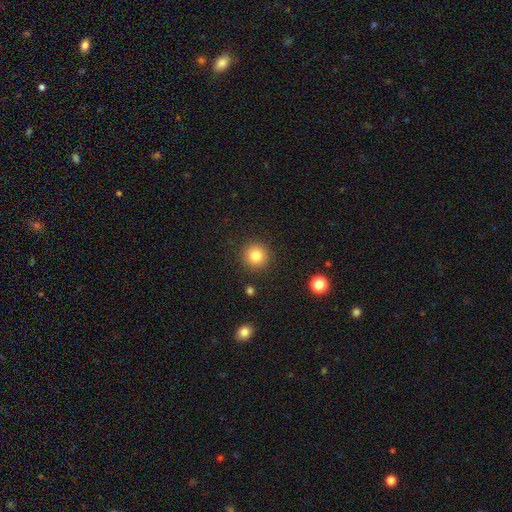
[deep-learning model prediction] Morphology: type=smooth (83%); roundness=round (95%); merging=none (91%).